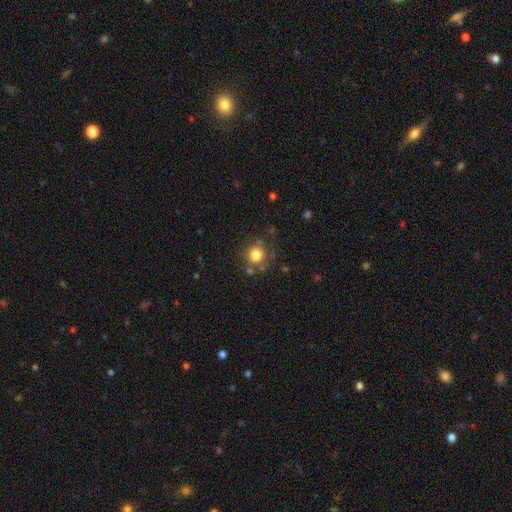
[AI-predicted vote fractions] Q: Smooth or featured?
A: smooth (80%); runner-up: star or artifact (12%)
Q: How rounded?
A: round (92%); runner-up: in between (7%)
Q: Merging?
A: none (74%); runner-up: minor disturbance (12%)